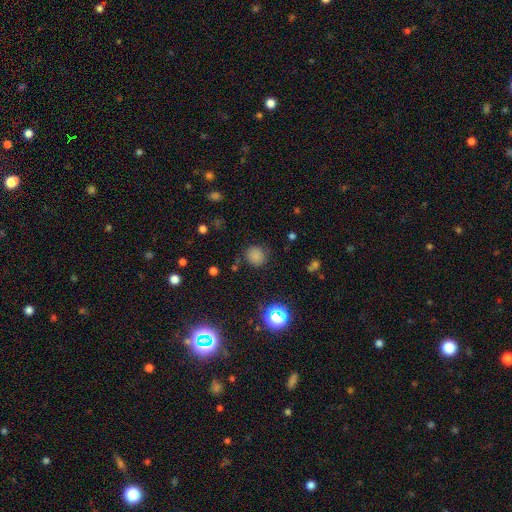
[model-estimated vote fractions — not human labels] This is likely a smooth galaxy (77%). How rounded: clearly round (88%). Merging: clearly none (81%).